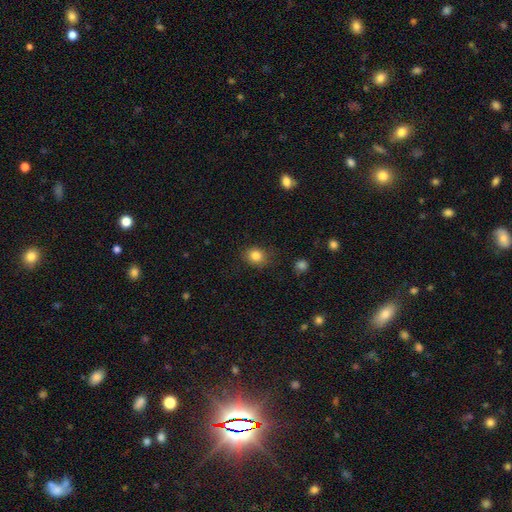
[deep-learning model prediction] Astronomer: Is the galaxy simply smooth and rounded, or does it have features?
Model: smooth — 84%.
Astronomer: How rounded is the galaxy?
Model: round — 69%.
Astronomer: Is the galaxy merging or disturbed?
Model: none — 80%.